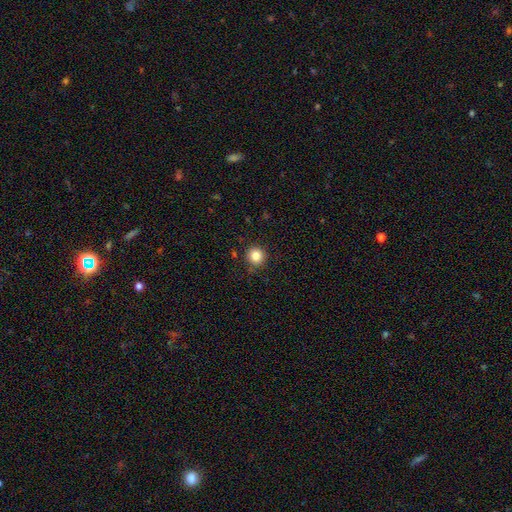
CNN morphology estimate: This appears to be a smooth galaxy with no disk features (84%) that is round (94%). Merging: none (88%).